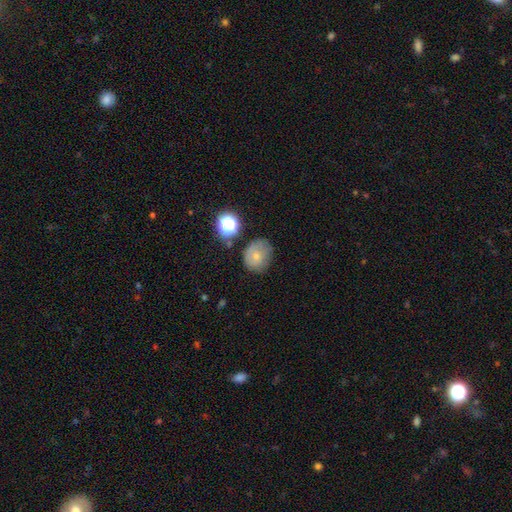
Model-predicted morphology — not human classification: smooth 65%, featured or disk 21%, star or artifact 14%. Down the decision tree: how rounded — round (71%); merging — none (61%).